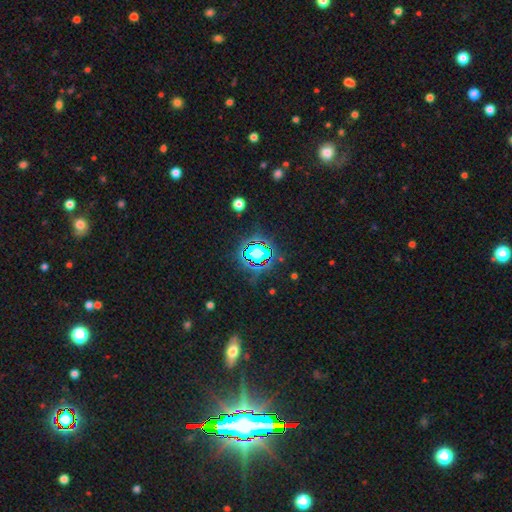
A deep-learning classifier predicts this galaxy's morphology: Overall: star or artifact (68%).